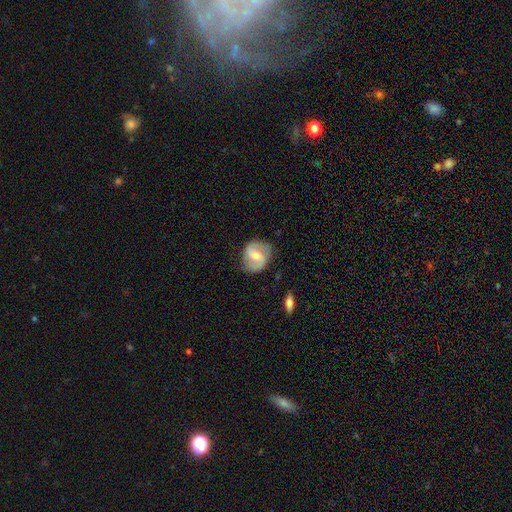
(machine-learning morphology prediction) featured or disk 73%, smooth 22%, star or artifact 6%. Down the decision tree: edge-on disk — no (98%); bar — weak (51%); spiral arms — yes (92%); spiral arm count — 2 (90%); spiral winding — medium (48%); bulge size — moderate (50%); merging — none (78%).